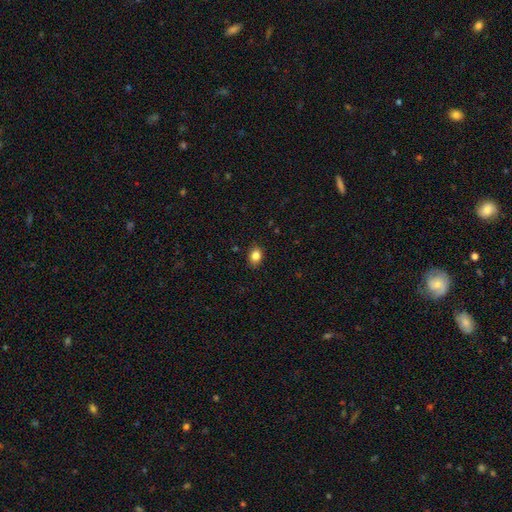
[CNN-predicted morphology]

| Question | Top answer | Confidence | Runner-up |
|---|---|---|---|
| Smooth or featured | smooth | 84% | star or artifact (10%) |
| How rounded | in between | 62% | round (37%) |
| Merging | none | 87% | minor disturbance (10%) |